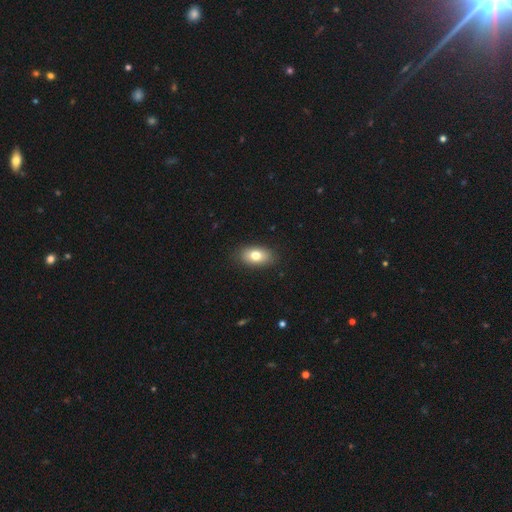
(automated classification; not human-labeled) smooth_or_featured: smooth (p=0.78) [alt: featured or disk p=0.15]
how_rounded: in between (p=0.89) [alt: round p=0.08]
merging: none (p=0.87) [alt: minor disturbance p=0.10]